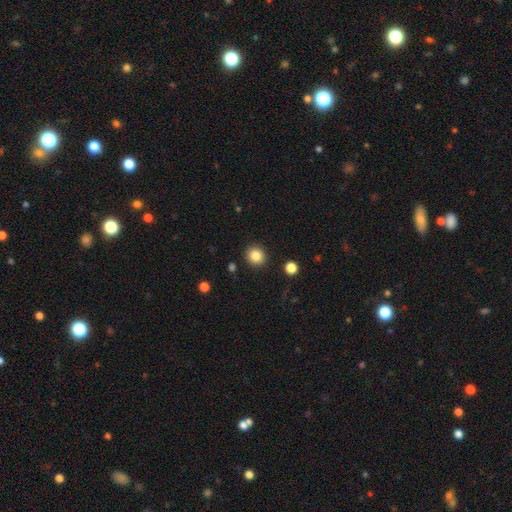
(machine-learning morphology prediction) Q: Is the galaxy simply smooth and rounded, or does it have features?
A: smooth — 85%.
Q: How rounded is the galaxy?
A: round — 87%.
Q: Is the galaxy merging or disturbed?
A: none — 91%.